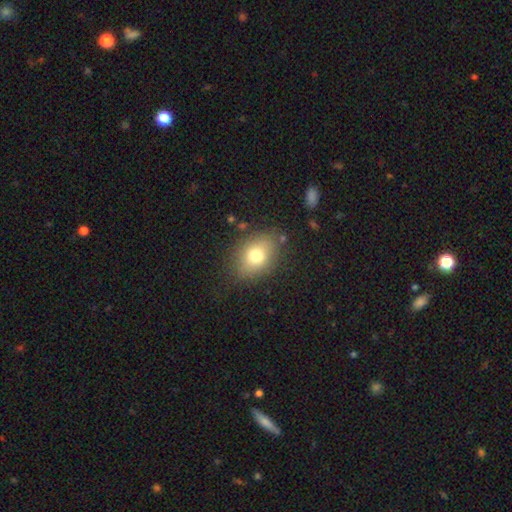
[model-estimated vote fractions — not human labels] Q: Smooth or featured?
A: smooth (74%); runner-up: featured or disk (14%)
Q: How rounded?
A: in between (65%); runner-up: round (34%)
Q: Merging?
A: none (81%); runner-up: minor disturbance (12%)